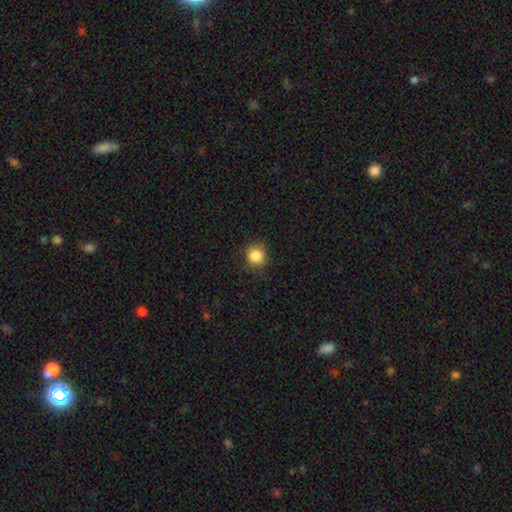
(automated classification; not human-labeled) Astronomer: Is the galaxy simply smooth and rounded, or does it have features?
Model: smooth — 85%.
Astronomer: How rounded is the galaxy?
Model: round — 91%.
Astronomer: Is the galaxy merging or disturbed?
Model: none — 85%.